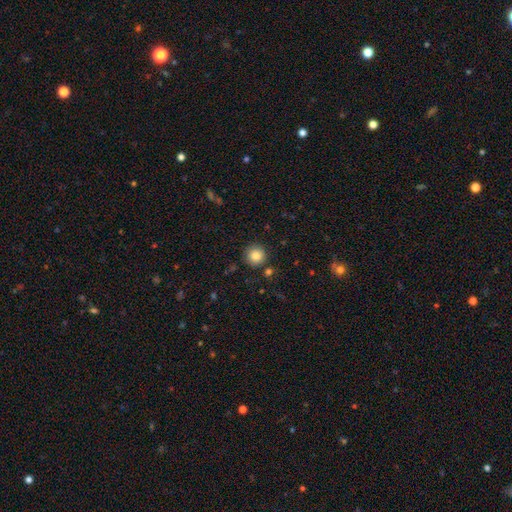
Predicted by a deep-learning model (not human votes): Smooth or featured? Predicted: smooth (p=0.84). How rounded? Predicted: round (p=0.95). Merging? Predicted: none (p=0.88).